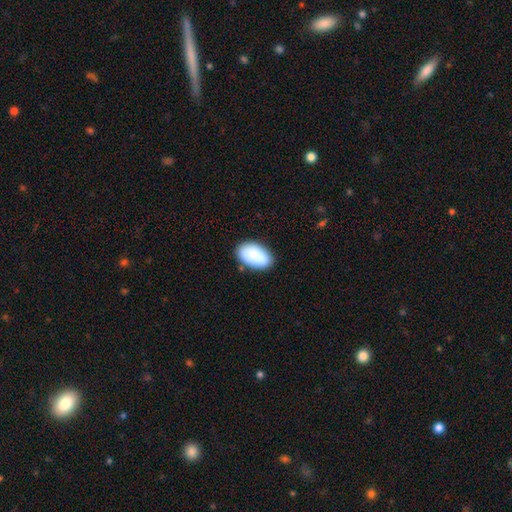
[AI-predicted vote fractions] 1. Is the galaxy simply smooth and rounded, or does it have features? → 86% smooth, 8% featured or disk, 7% star or artifact.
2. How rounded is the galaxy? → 94% in between, 5% round, 1% cigar-shaped.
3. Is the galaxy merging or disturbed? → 79% none, 15% minor disturbance, 3% merger, 3% major disturbance.